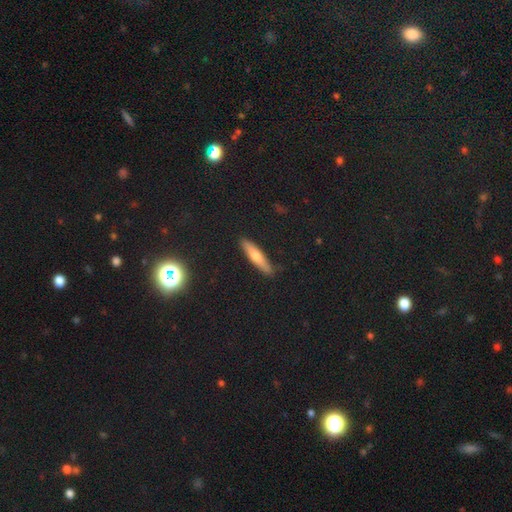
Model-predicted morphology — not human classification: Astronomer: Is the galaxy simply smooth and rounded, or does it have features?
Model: smooth — 55% (runner-up: featured or disk, 34%).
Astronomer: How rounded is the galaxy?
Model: cigar-shaped — 82%.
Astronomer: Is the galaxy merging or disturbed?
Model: none — 88%.